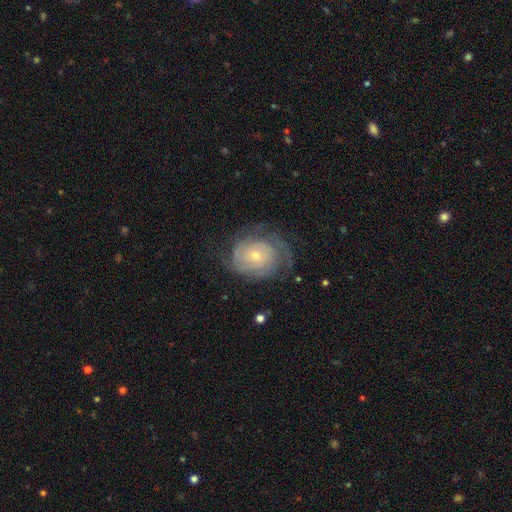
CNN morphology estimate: type=featured or disk (79%); edge-on=no (97%); bar=no (76%); spiral arms=yes (90%); winding=tight (71%); arm count=can't tell (42%); bulge=small (62%); merging=none (65%).